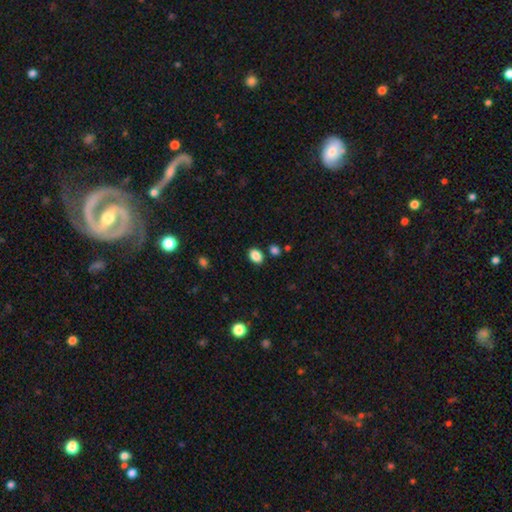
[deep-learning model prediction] smooth_or_featured: smooth (p=0.87) [alt: star or artifact p=0.09]
how_rounded: in between (p=0.72) [alt: round p=0.27]
merging: none (p=0.84) [alt: minor disturbance p=0.09]